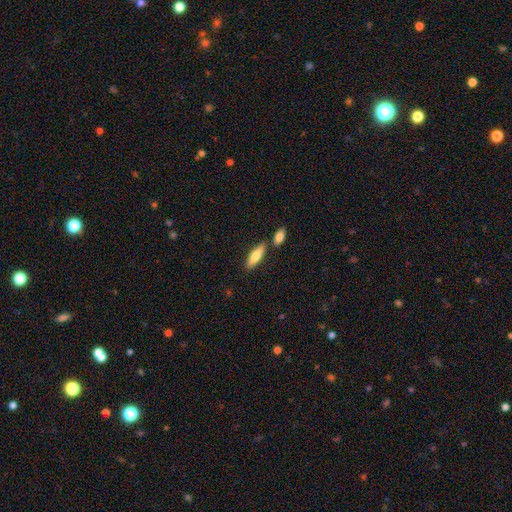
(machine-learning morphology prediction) This appears to be a smooth galaxy with no disk features (71%) that is cigar-shaped (52%). Merging: none (74%).